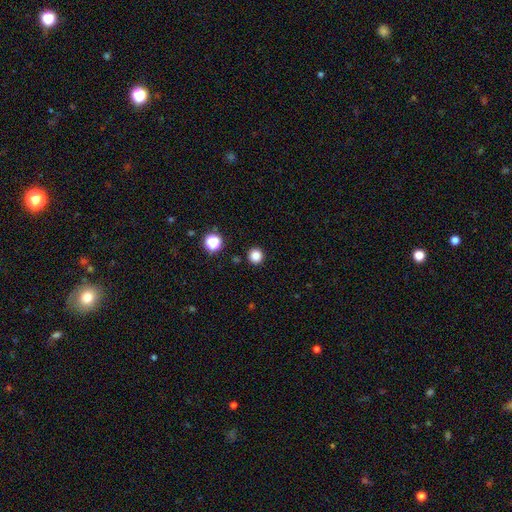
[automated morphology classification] Smooth or featured: smooth — 83% (star or artifact — 13%)
How rounded: round — 95% (in between — 4%)
Merging: none — 92% (minor disturbance — 4%)